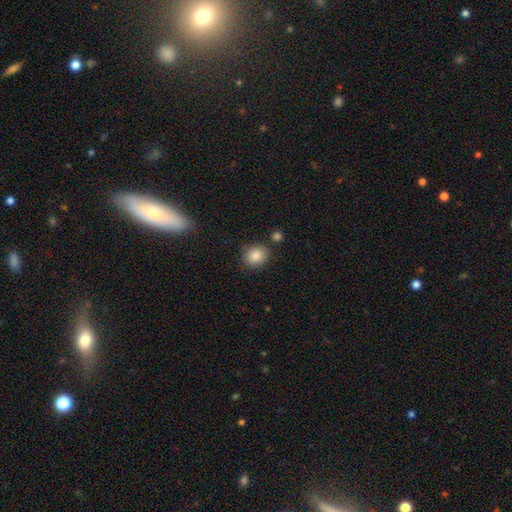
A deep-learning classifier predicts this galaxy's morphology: smooth-or-featured: smooth: 87% | star or artifact: 8% | featured or disk: 4%
  how-rounded: round: 72% | in between: 27% | cigar-shaped: 1%
  merging: none: 81% | minor disturbance: 11% | merger: 5% | major disturbance: 3%